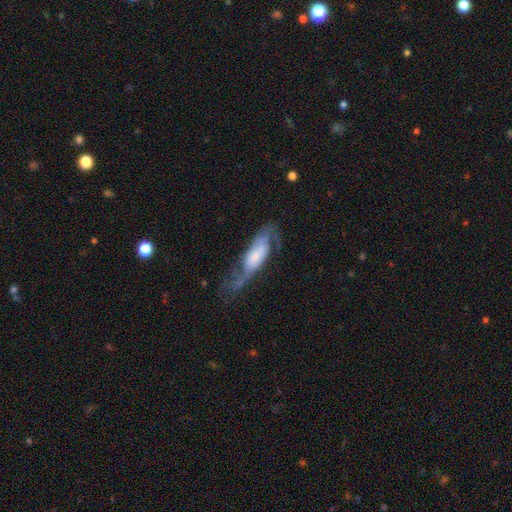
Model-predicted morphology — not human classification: Q: Smooth or featured?
A: featured or disk (72%); runner-up: smooth (22%)
Q: Edge-on disk?
A: no (84%); runner-up: yes (16%)
Q: Bar?
A: no (61%); runner-up: weak (28%)
Q: Spiral arms?
A: yes (90%); runner-up: no (10%)
Q: Spiral winding?
A: medium (41%); runner-up: loose (40%)
Q: Spiral arm count?
A: 2 (79%); runner-up: can't tell (10%)
Q: Bulge size?
A: small (35%); runner-up: moderate (22%)
Q: Merging?
A: none (49%); runner-up: major disturbance (25%)